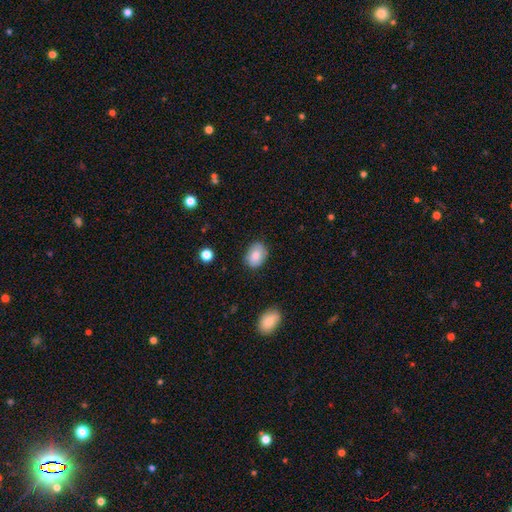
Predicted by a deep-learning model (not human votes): A smooth galaxy with no disk features (81%) that is in between round and cigar-shaped (75%).

Vote fractions:
- Smooth or featured? smooth: 81% / featured or disk: 12% / star or artifact: 8%
- How rounded? in between: 75% / round: 24% / cigar-shaped: 1%
- Merging? none: 81% / minor disturbance: 15% / major disturbance: 3% / merger: 1%